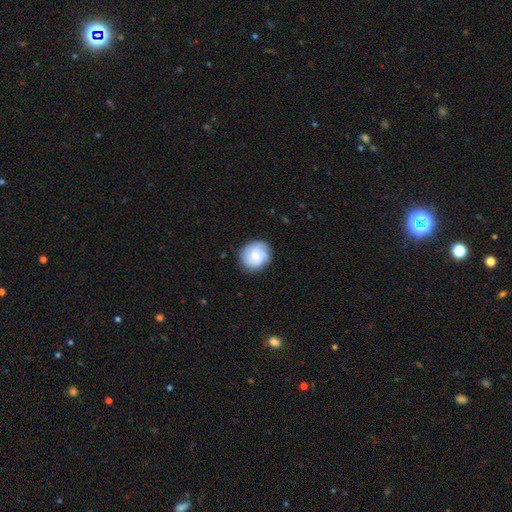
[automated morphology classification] Smooth or featured: smooth — 52% (featured or disk — 40%)
How rounded: round — 85% (in between — 14%)
Merging: none — 82% (minor disturbance — 14%)